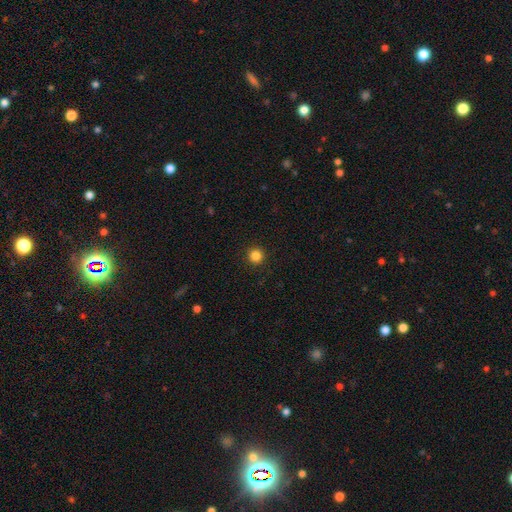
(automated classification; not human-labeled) smooth-or-featured: smooth: 85% | star or artifact: 12% | featured or disk: 3%
  how-rounded: round: 95% | in between: 4% | cigar-shaped: 1%
  merging: none: 93% | minor disturbance: 5% | major disturbance: 2% | merger: 1%